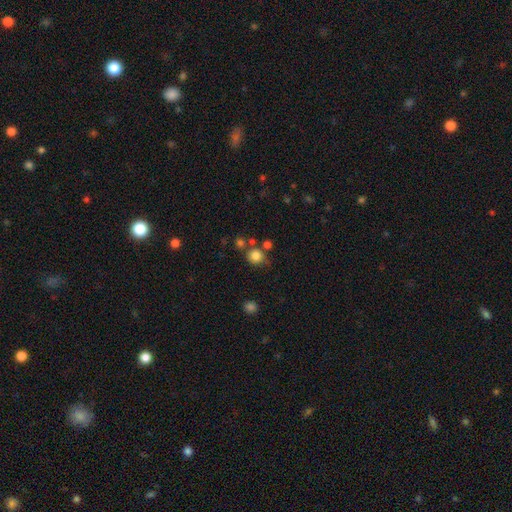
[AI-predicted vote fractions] The model was most divided on "merging": none: 67%, merger: 14%, minor disturbance: 14%, major disturbance: 5%. More confident: how rounded — round (88%); smooth or featured — smooth (81%).